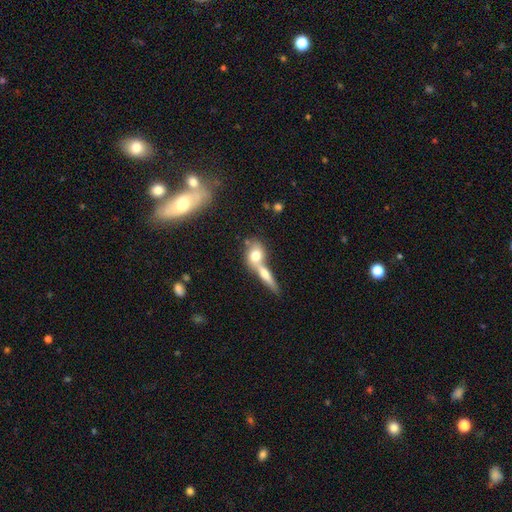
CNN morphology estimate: Overall: smooth (66%; featured or disk 26%). How rounded: in between (53%; round 34%). Merging: merger (58%; none 31%).